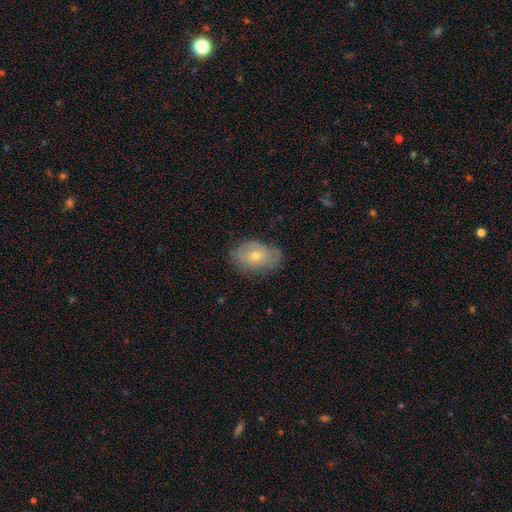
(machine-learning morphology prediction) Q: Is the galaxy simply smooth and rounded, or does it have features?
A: smooth — 48%.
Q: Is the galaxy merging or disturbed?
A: none — 72%.